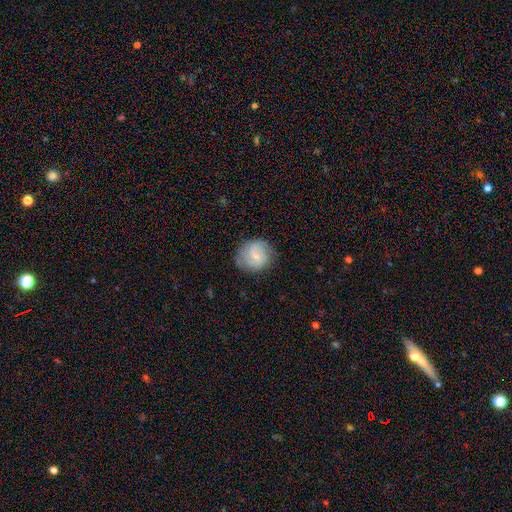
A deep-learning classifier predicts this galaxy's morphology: A featured or disk galaxy (57%) with a weak bar (55%), spiral arms (86%) and a small central bulge (61%). Merging: none (77%).